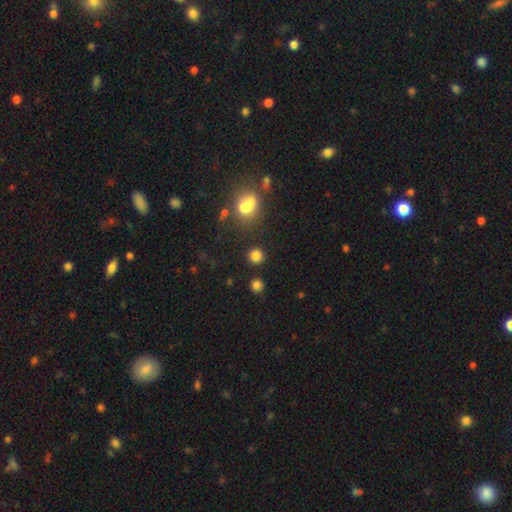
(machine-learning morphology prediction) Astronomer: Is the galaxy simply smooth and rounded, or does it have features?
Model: smooth — 82%.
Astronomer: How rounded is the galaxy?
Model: round — 90%.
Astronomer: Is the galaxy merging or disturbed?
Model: none — 85%.